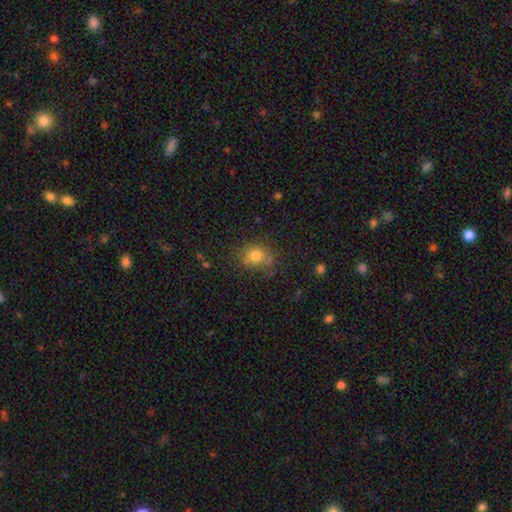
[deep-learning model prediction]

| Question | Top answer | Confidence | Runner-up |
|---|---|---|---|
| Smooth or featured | smooth | 76% | star or artifact (13%) |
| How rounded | round | 65% | in between (34%) |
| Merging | none | 68% | minor disturbance (20%) |